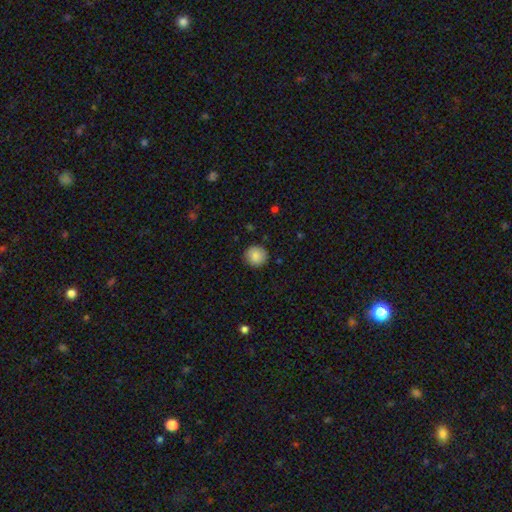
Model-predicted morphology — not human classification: The model was most divided on "smooth or featured": smooth: 86%, star or artifact: 8%, featured or disk: 6%. More confident: how rounded — round (93%); merging — none (89%).